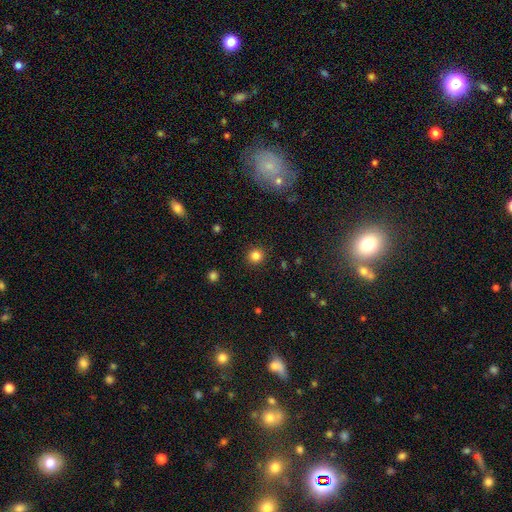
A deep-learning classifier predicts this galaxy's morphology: Smooth or featured? smooth (84%)
How rounded? round (93%)
Merging? none (91%)